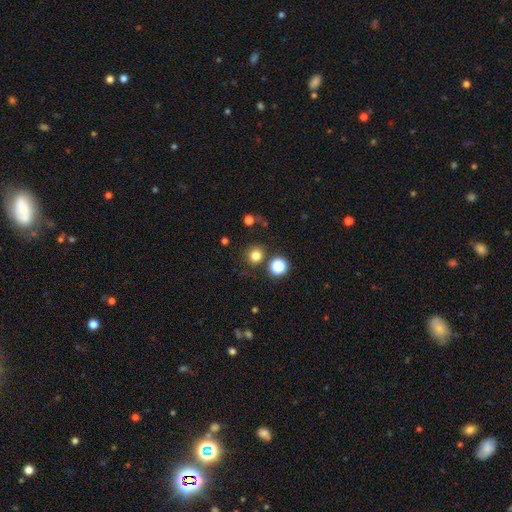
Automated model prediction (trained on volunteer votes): The model was most divided on "smooth or featured": smooth: 78%, star or artifact: 16%, featured or disk: 6%. More confident: how rounded — round (92%); merging — none (82%).